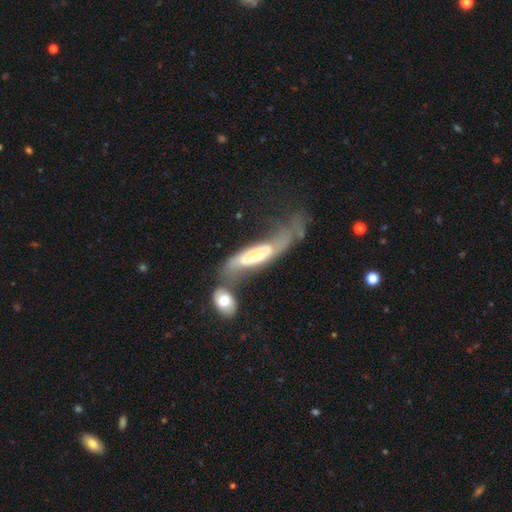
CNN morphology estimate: A featured or disk galaxy (65%) with no bar (47%), spiral arms (68%) and a moderate central bulge (44%).

Vote fractions:
- Smooth or featured? featured or disk: 65% / smooth: 29% / star or artifact: 7%
- Edge-on disk? no: 77% / yes: 23%
- Bar? no: 47% / weak: 32% / strong: 21%
- Spiral arms? yes: 68% / no: 32%
- Bulge size? moderate: 44% / small: 42% / large: 7% / none: 4% / dominant: 2%
- Merging? merger: 39% / major disturbance: 33% / none: 16% / minor disturbance: 12%